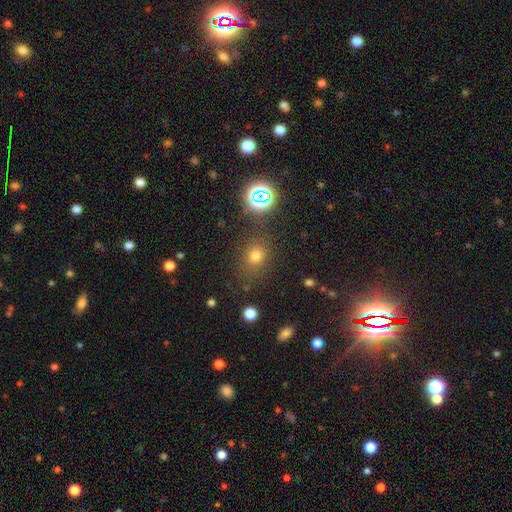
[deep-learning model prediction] Morphology: type=smooth (68%); roundness=round (61%); merging=none (79%).